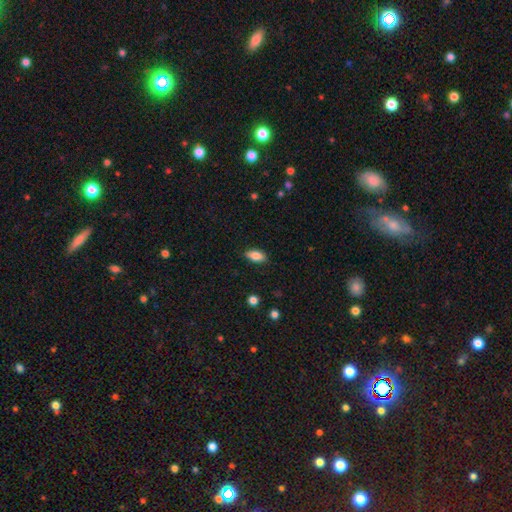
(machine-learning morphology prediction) smooth-or-featured: smooth: 85% | featured or disk: 8% | star or artifact: 7%
  how-rounded: in between: 89% | cigar-shaped: 8% | round: 3%
  merging: none: 86% | minor disturbance: 10% | major disturbance: 2% | merger: 1%